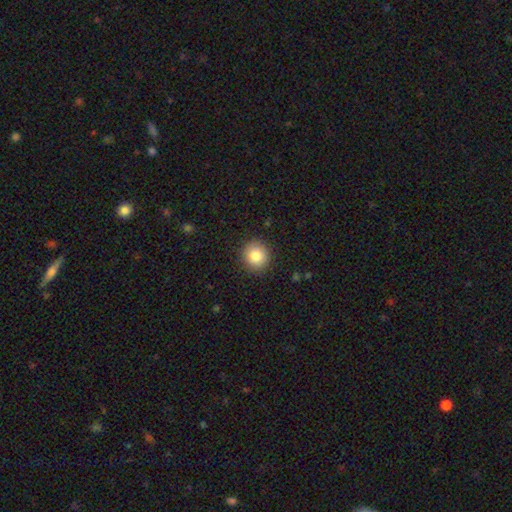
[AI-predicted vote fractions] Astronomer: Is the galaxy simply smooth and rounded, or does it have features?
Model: smooth — 82%.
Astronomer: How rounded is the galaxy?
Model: round — 90%.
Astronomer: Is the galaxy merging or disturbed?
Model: none — 91%.